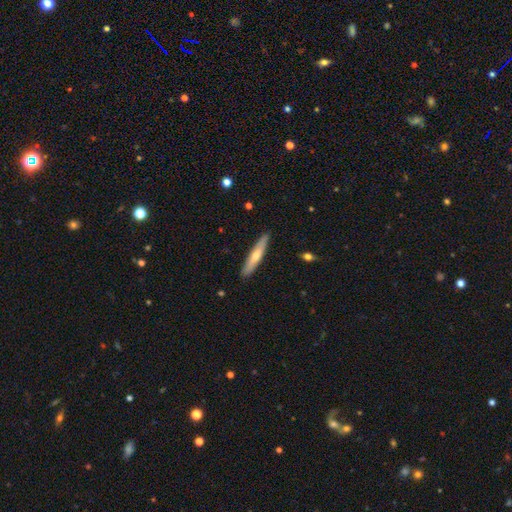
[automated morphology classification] Smooth or featured: smooth — 52% (featured or disk — 43%)
How rounded: cigar-shaped — 90% (in between — 8%)
Merging: none — 89% (minor disturbance — 8%)